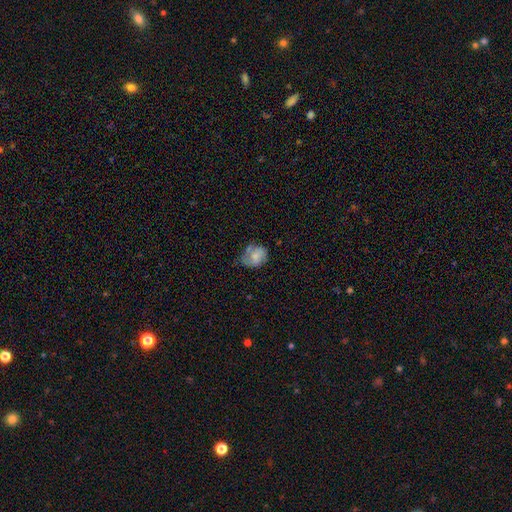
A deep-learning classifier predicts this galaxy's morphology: Overall: smooth (56%; featured or disk 36%). How rounded: in between (57%; round 41%). Merging: none (38%; minor disturbance 36%).